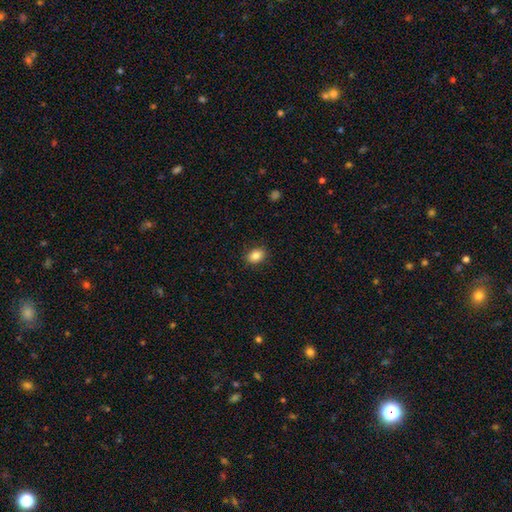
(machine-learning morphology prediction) Overall: smooth (85%). How rounded: in between (72%). Merging: none (89%).